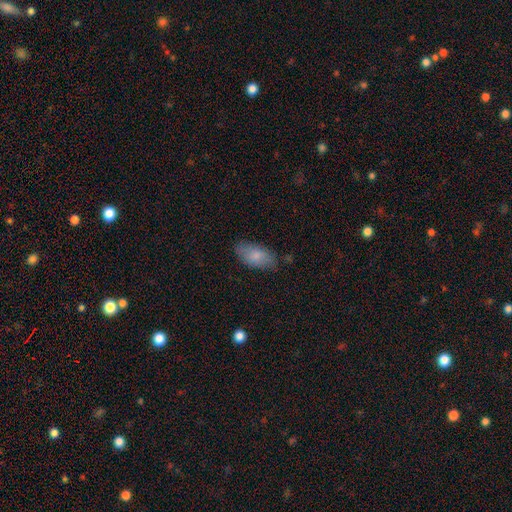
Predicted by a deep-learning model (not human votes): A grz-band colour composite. It shows a smooth galaxy with no disk features (80%) that is in between round and cigar-shaped (93%). Merging: none (75%).